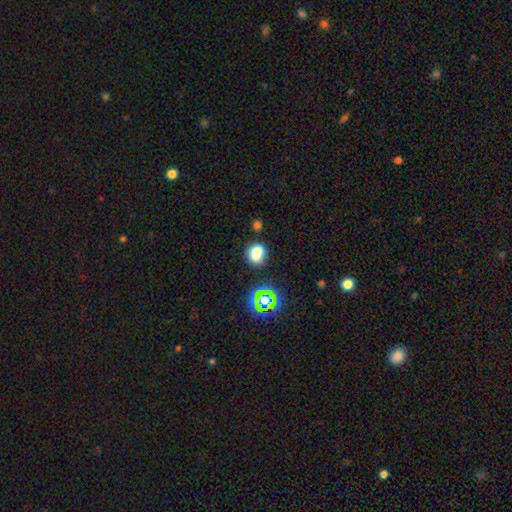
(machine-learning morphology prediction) Smooth or featured? Predicted: smooth (p=0.72). How rounded? Predicted: round (p=0.58). Merging? Predicted: none (p=0.66).